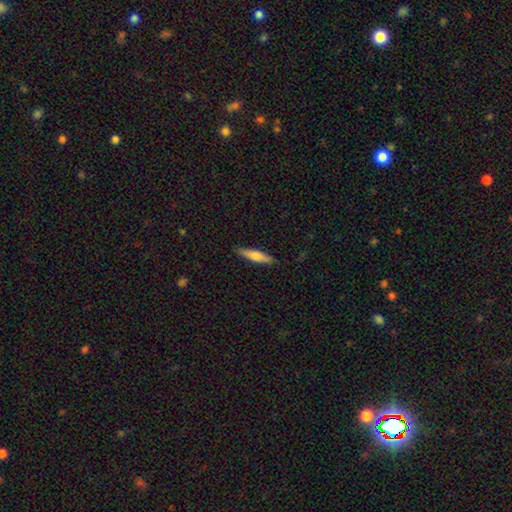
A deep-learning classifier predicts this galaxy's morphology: Overall: smooth (70%). How rounded: cigar-shaped (80%). Merging: none (88%).